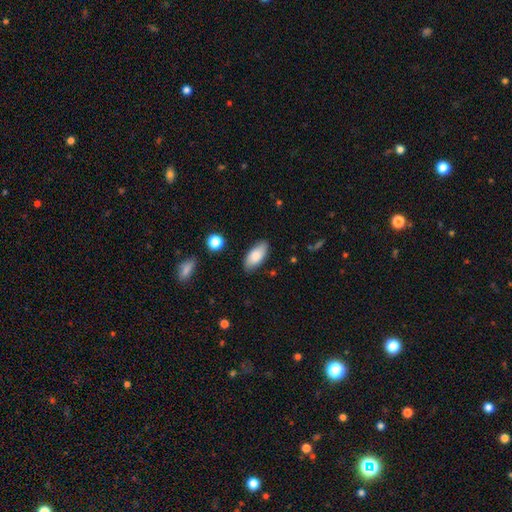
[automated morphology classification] This is clearly a smooth galaxy (83%). How rounded: clearly in between (90%). Merging: clearly none (84%).